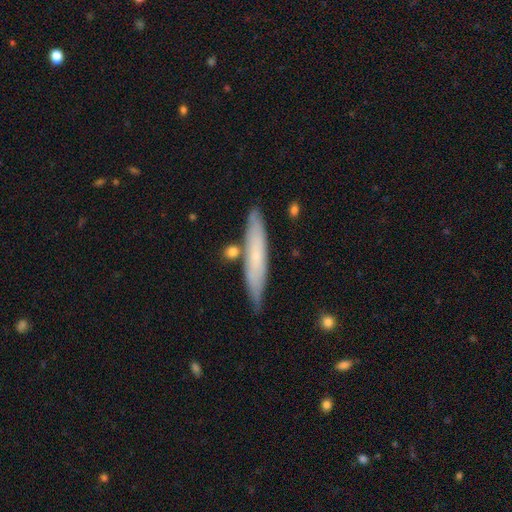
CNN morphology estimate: Q: Smooth or featured?
A: smooth (56%); runner-up: featured or disk (37%)
Q: How rounded?
A: cigar-shaped (91%); runner-up: in between (8%)
Q: Merging?
A: none (82%); runner-up: minor disturbance (12%)